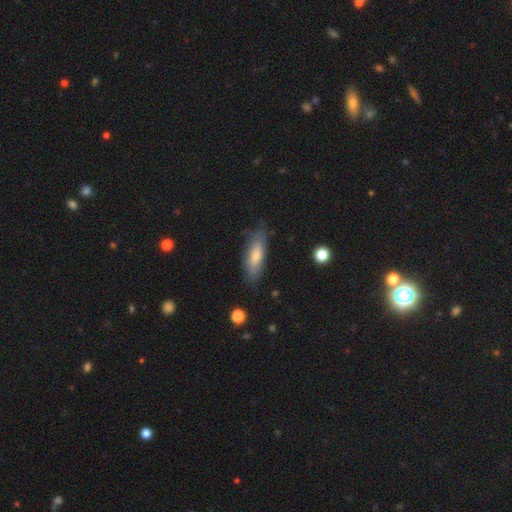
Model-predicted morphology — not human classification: Overall: smooth (62%; featured or disk 31%). How rounded: in between (52%; cigar-shaped 46%). Merging: none (79%).